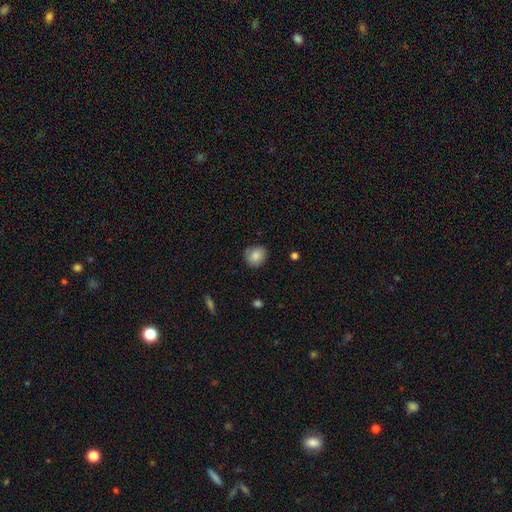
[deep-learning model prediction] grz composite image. It shows a smooth galaxy with no disk features (85%) that is round (77%). Merging: none (78%).